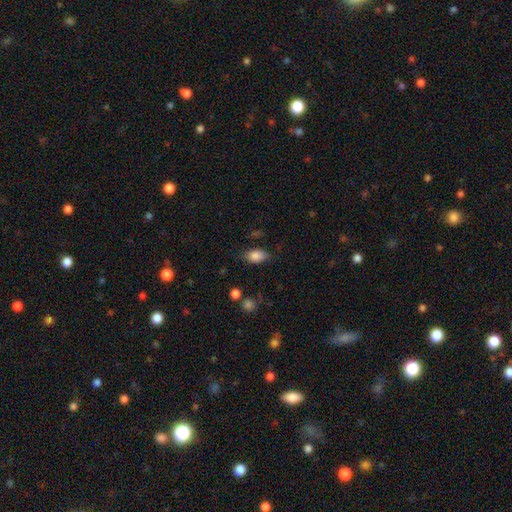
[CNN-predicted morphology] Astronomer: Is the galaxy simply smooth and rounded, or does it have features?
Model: smooth — 84%.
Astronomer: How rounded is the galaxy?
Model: in between — 88%.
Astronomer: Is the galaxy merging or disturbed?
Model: none — 74%.